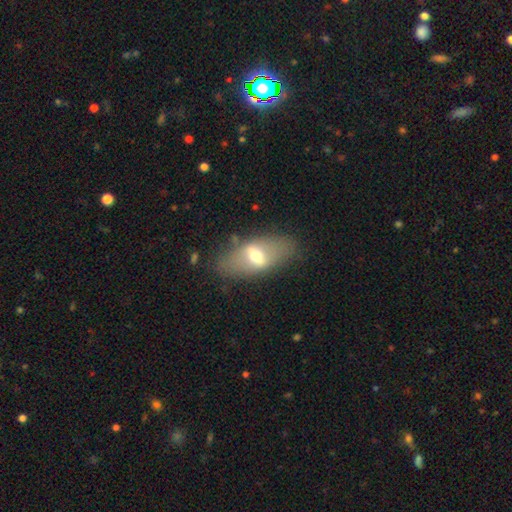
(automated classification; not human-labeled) Smooth or featured? Predicted: featured or disk (p=0.51). Edge-on disk? Predicted: no (p=0.71). Merging? Predicted: none (p=0.76).